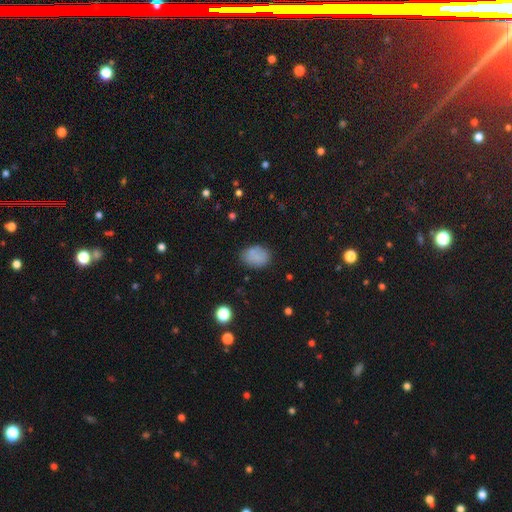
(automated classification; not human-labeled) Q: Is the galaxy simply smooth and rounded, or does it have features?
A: smooth — 81%.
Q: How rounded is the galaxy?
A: in between — 74%.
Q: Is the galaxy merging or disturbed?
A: none — 75%.